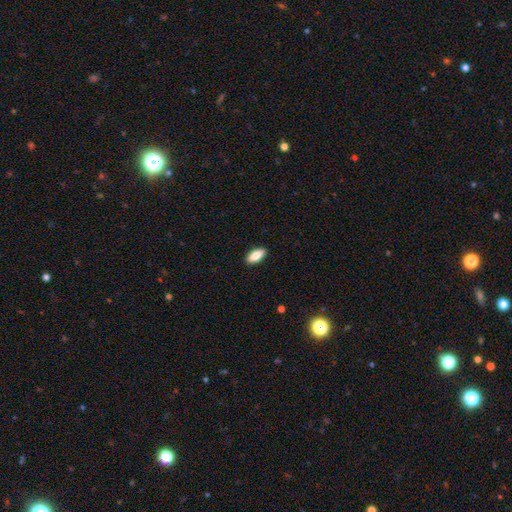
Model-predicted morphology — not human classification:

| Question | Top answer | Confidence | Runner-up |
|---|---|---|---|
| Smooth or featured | smooth | 83% | featured or disk (11%) |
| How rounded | in between | 84% | cigar-shaped (13%) |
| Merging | none | 89% | minor disturbance (8%) |